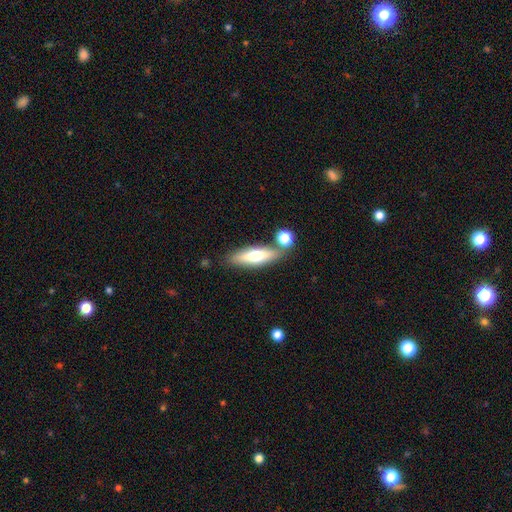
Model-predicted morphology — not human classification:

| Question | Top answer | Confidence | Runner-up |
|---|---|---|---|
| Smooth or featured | smooth | 60% | featured or disk (33%) |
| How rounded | cigar-shaped | 59% | in between (39%) |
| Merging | none | 71% | merger (13%) |